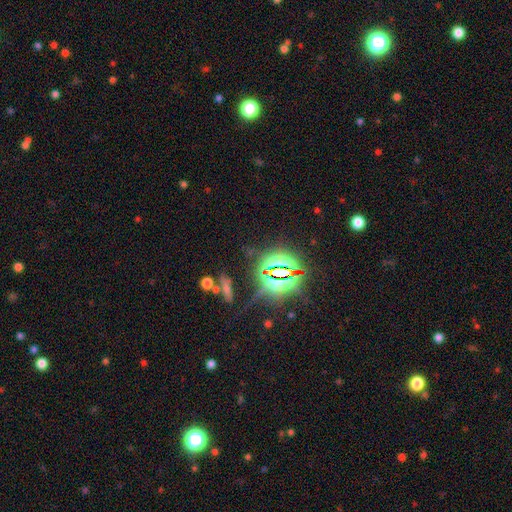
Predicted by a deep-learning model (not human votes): Q: Smooth or featured?
A: star or artifact (83%); runner-up: smooth (10%)